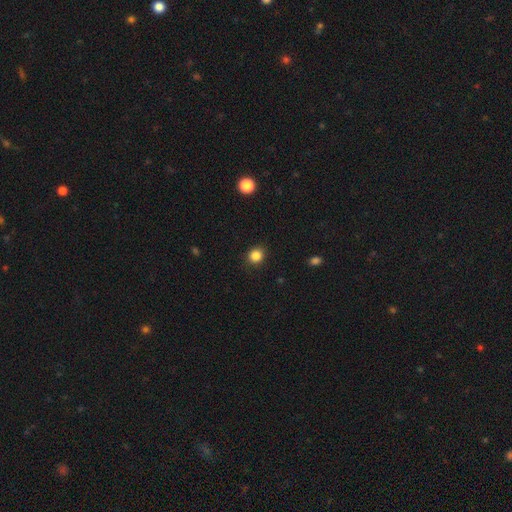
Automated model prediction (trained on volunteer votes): This appears to be a smooth galaxy with no disk features (85%) that is round (83%). Merging: none (89%).